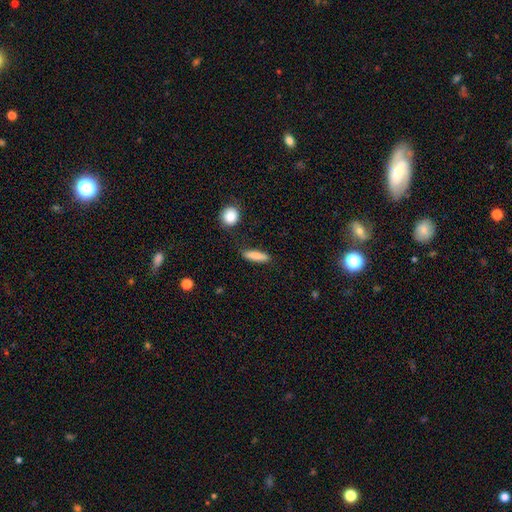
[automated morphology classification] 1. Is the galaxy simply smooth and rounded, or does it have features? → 84% smooth, 10% featured or disk, 7% star or artifact.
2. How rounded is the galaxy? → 69% cigar-shaped, 28% in between, 3% round.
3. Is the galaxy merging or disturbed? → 83% none, 11% minor disturbance, 3% merger, 3% major disturbance.